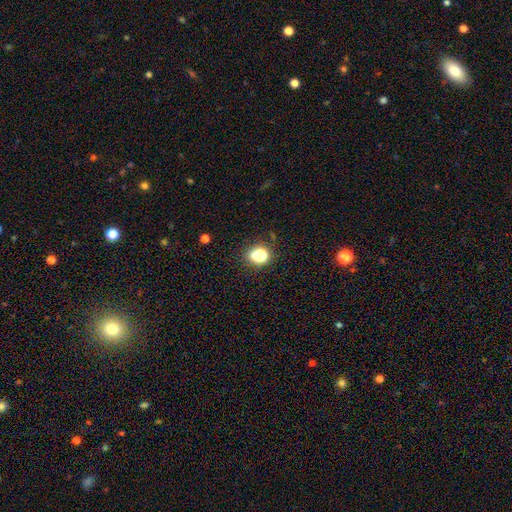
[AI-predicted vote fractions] smooth 70%, star or artifact 23%, featured or disk 7%. Down the decision tree: how rounded — round (68%); merging — none (79%).